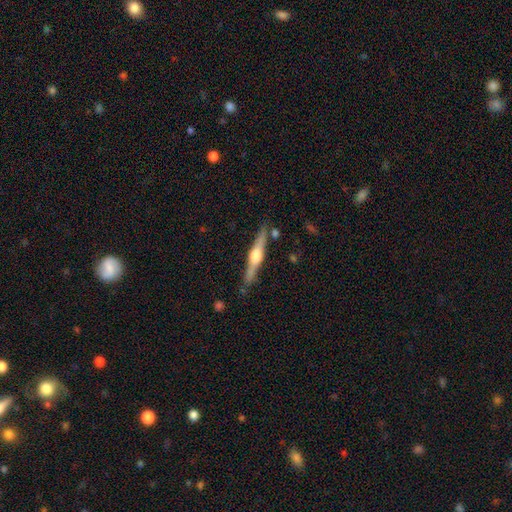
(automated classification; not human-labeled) featured or disk 75%, smooth 20%, star or artifact 5%. Down the decision tree: edge-on disk — yes (98%); edge-on bulge — rounded (91%); merging — none (85%).